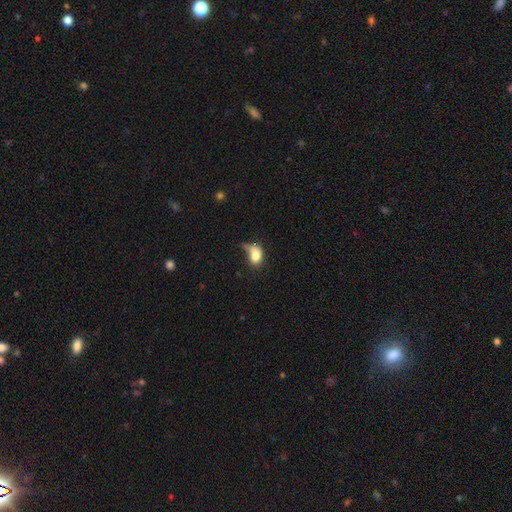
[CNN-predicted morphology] This is likely a smooth galaxy (75%). How rounded: likely in between (74%). Merging: marginally major disturbance (33%).